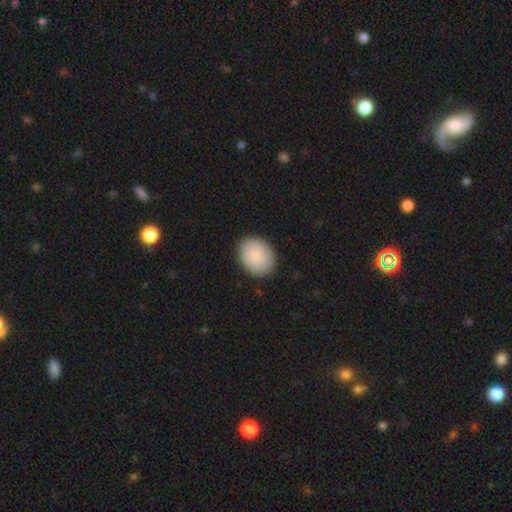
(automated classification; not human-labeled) smooth 87%, featured or disk 7%, star or artifact 6%. Down the decision tree: how rounded — in between (57%); merging — none (88%).